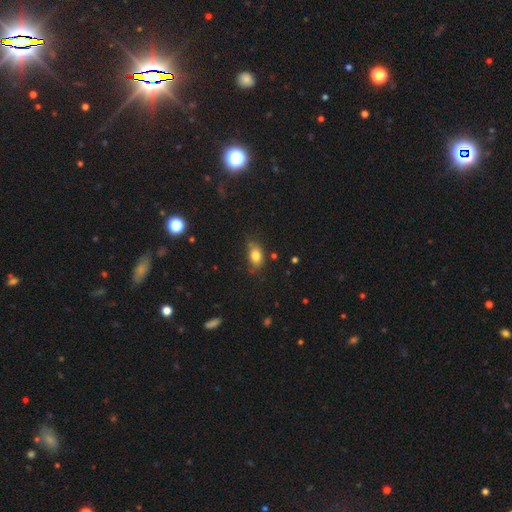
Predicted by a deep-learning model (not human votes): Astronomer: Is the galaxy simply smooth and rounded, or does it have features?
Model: smooth — 81%.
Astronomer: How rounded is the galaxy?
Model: in between — 82%.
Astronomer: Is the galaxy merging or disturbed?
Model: none — 65%.